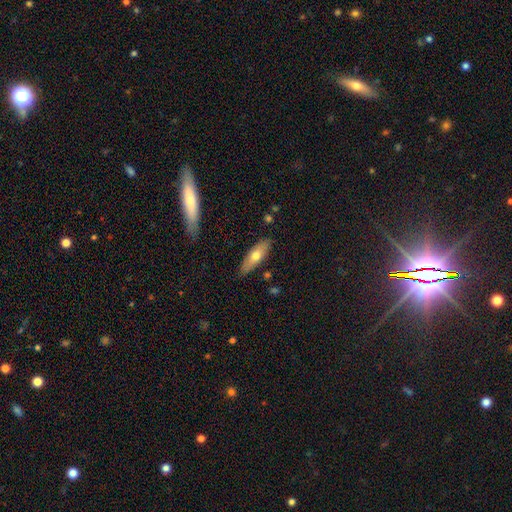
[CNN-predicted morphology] A smooth galaxy with no disk features (61%) that is in between round and cigar-shaped (51%).

Vote fractions:
- Smooth or featured? smooth: 61% / featured or disk: 33% / star or artifact: 6%
- How rounded? in between: 51% / cigar-shaped: 47% / round: 2%
- Merging? none: 85% / minor disturbance: 11% / major disturbance: 2% / merger: 2%